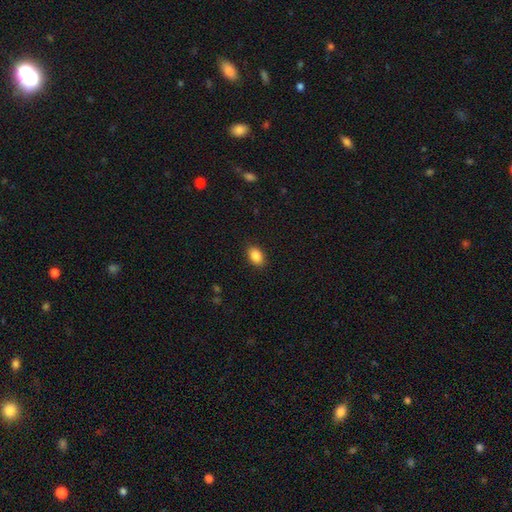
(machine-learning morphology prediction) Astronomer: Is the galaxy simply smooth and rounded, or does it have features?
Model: smooth — 88%.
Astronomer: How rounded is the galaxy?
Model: in between — 86%.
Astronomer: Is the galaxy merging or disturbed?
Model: none — 88%.